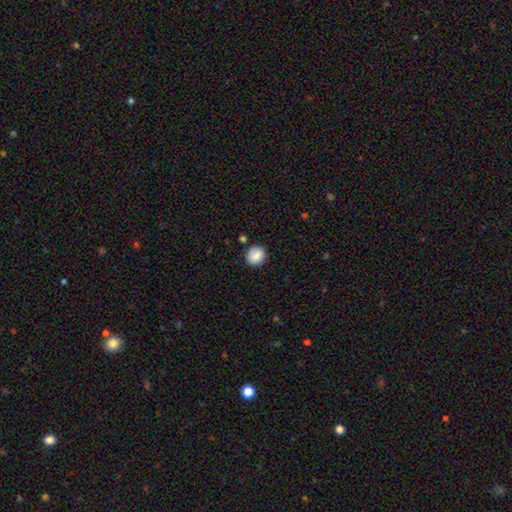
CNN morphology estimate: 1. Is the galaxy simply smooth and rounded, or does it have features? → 88% smooth, 8% star or artifact, 4% featured or disk.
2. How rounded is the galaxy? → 79% round, 20% in between, 1% cigar-shaped.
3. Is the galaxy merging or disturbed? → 85% none, 9% minor disturbance, 3% merger, 2% major disturbance.